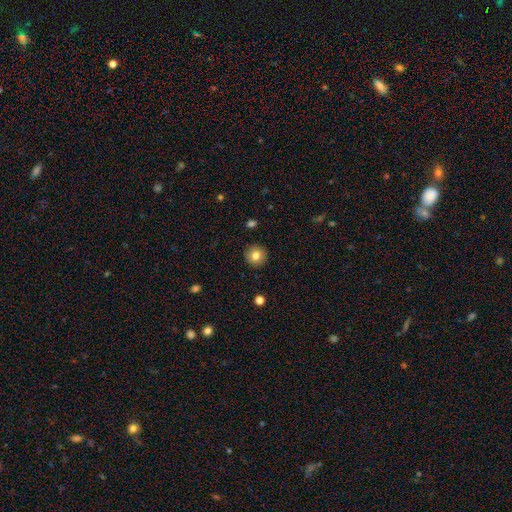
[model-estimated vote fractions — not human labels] Smooth or featured?
  - smooth: 81% *
  - featured or disk: 10%
  - star or artifact: 9%
How rounded?
  - round: 95% *
  - in between: 4%
  - cigar-shaped: 1%
Merging?
  - none: 92% *
  - minor disturbance: 5%
  - major disturbance: 2%
  - merger: 1%